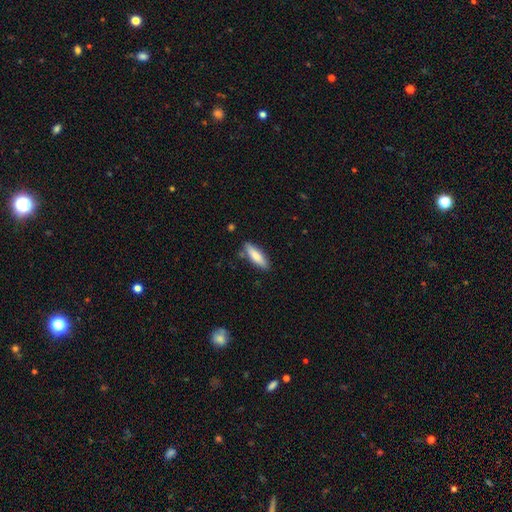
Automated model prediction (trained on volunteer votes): smooth_or_featured: smooth (p=0.81) [alt: featured or disk p=0.13]
how_rounded: cigar-shaped (p=0.56) [alt: in between p=0.42]
merging: none (p=0.82) [alt: minor disturbance p=0.13]